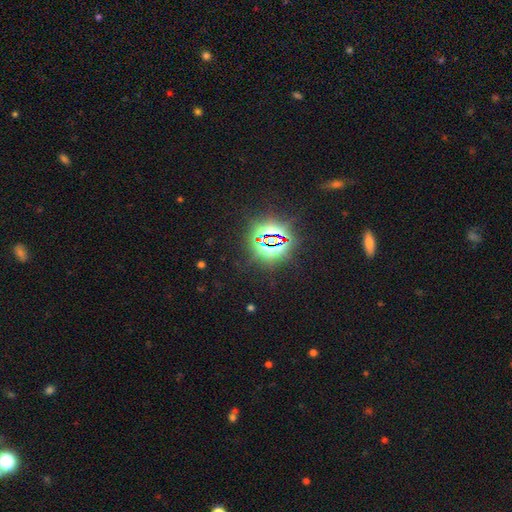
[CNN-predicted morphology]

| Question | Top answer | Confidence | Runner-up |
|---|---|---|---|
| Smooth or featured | star or artifact | 83% | smooth (10%) |